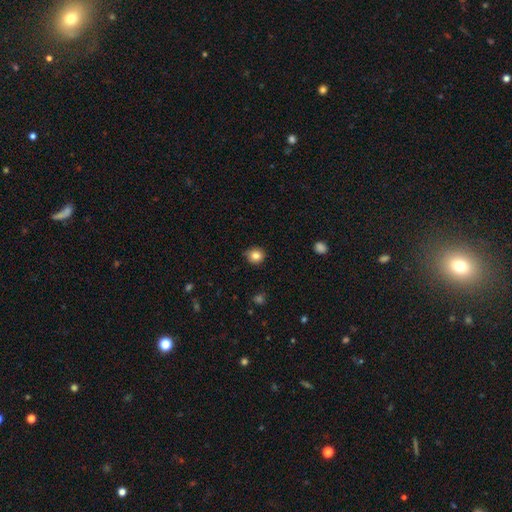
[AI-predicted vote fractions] Smooth or featured? Predicted: smooth (p=0.83). How rounded? Predicted: round (p=0.86). Merging? Predicted: none (p=0.81).